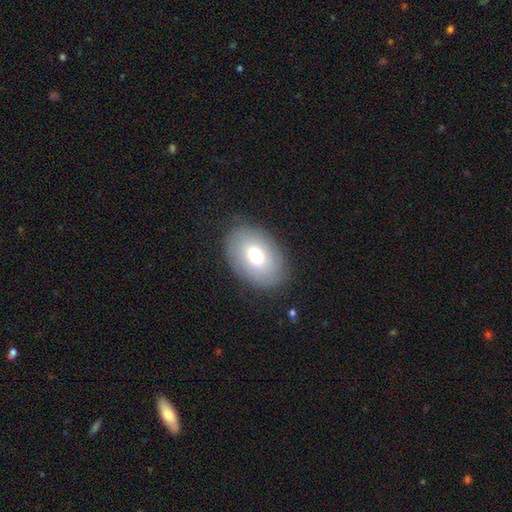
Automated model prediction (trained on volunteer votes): smooth 68%, featured or disk 24%, star or artifact 8%. Down the decision tree: how rounded — in between (86%); merging — none (84%).